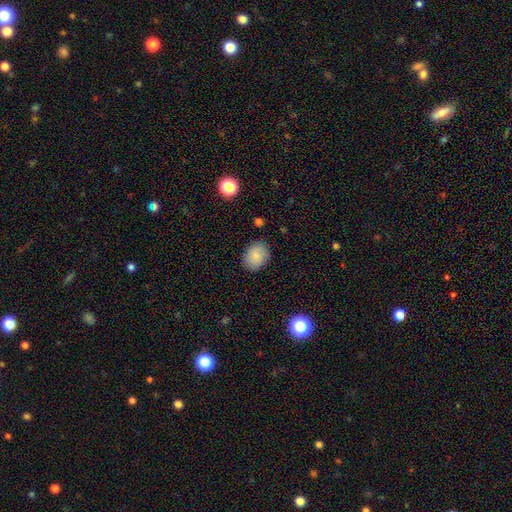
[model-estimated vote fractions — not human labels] Smooth or featured?
  - smooth: 86% *
  - star or artifact: 8%
  - featured or disk: 7%
How rounded?
  - in between: 66% *
  - round: 33%
  - cigar-shaped: 1%
Merging?
  - none: 85% *
  - minor disturbance: 11%
  - major disturbance: 3%
  - merger: 1%